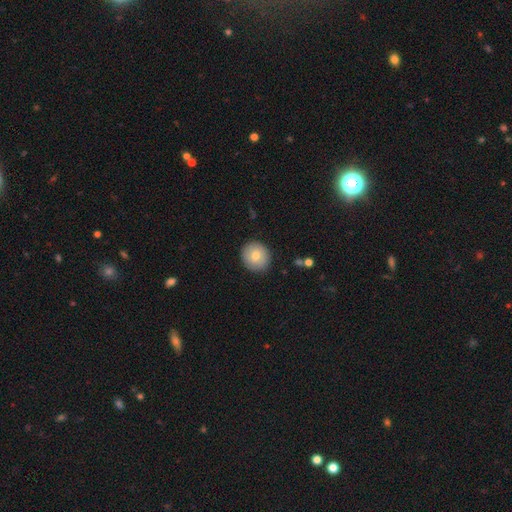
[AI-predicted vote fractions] This is likely a smooth galaxy (76%). How rounded: clearly round (88%). Merging: clearly none (90%).